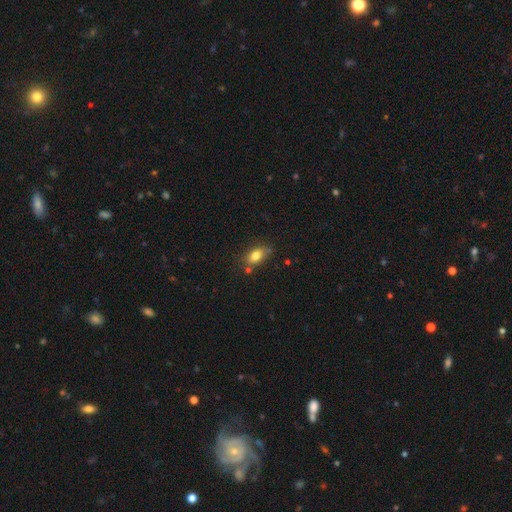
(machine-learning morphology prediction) A smooth galaxy with no disk features (79%) that is in between round and cigar-shaped (81%). Merging: none (66%).